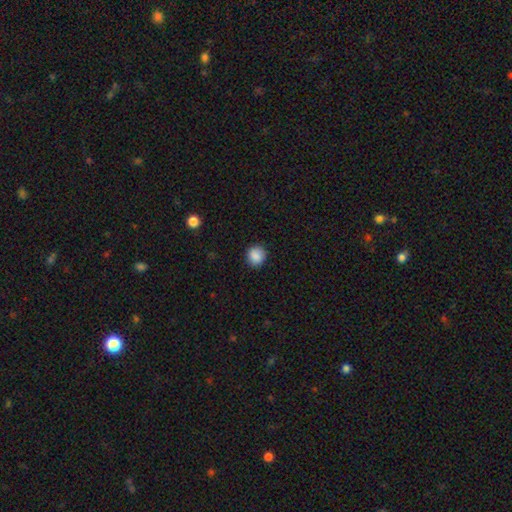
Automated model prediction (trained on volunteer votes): Smooth or featured? smooth (88%)
How rounded? round (88%)
Merging? none (89%)